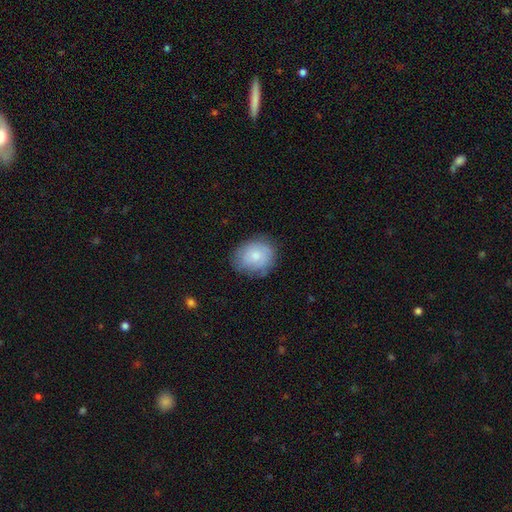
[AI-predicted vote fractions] This appears to be a smooth galaxy with no disk features (73%) that is round (62%). Merging: none (74%).